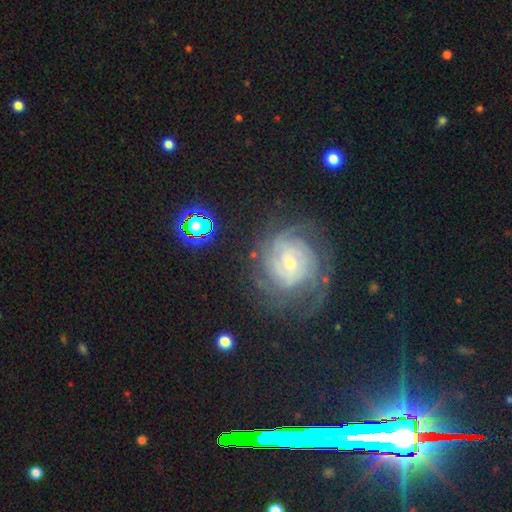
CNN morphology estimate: featured or disk 62%, star or artifact 24%, smooth 14%. Down the decision tree: edge-on disk — no (94%); bar — no (63%); spiral arms — yes (90%); spiral arm count — can't tell (47%); spiral winding — tight (73%); bulge size — small (65%); merging — none (78%).